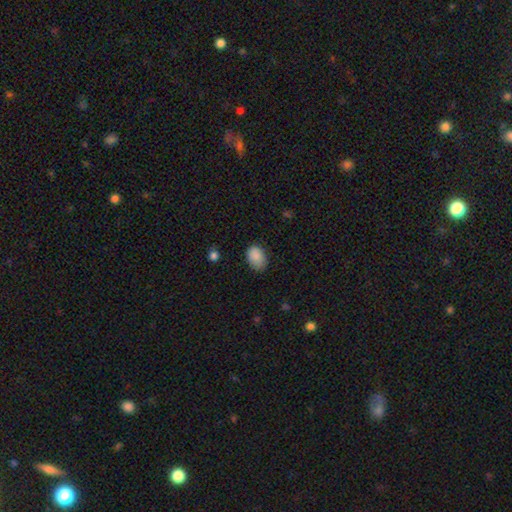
Morphology: type=smooth (85%); roundness=in between (82%); merging=none (78%).